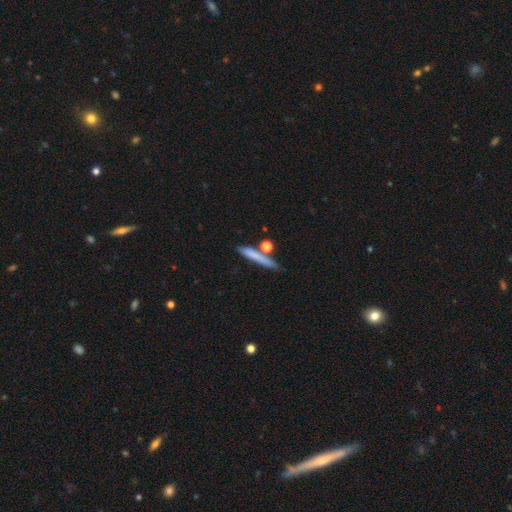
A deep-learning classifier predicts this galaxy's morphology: smooth-or-featured: smooth: 70% | featured or disk: 22% | star or artifact: 8%
  how-rounded: cigar-shaped: 86% | in between: 8% | round: 6%
  merging: none: 70% | minor disturbance: 13% | merger: 12% | major disturbance: 5%